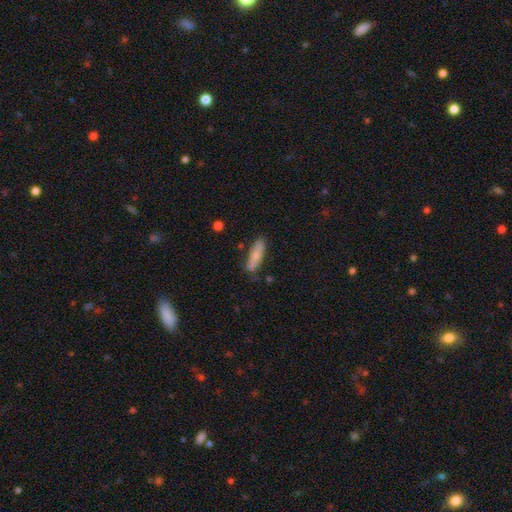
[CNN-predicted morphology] smooth 71%, featured or disk 22%, star or artifact 6%. Down the decision tree: how rounded — cigar-shaped (60%); merging — none (75%).